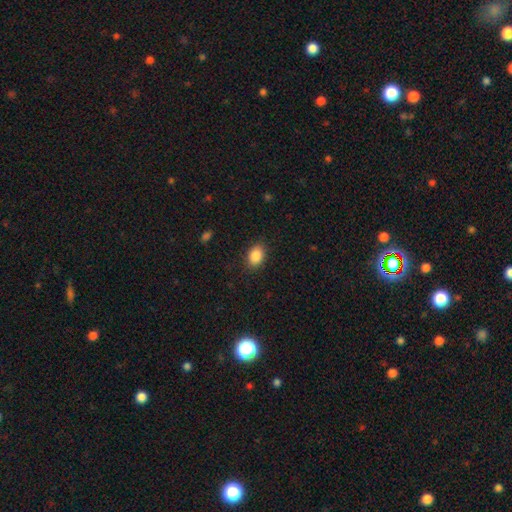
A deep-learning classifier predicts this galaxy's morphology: Q: Smooth or featured?
A: smooth (87%); runner-up: star or artifact (8%)
Q: How rounded?
A: in between (76%); runner-up: round (23%)
Q: Merging?
A: none (86%); runner-up: minor disturbance (10%)